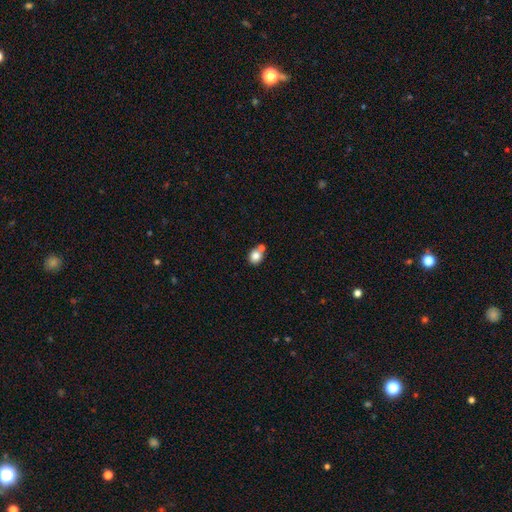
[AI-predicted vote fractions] Morphology: type=smooth (81%); roundness=round (70%); merging=none (54%).